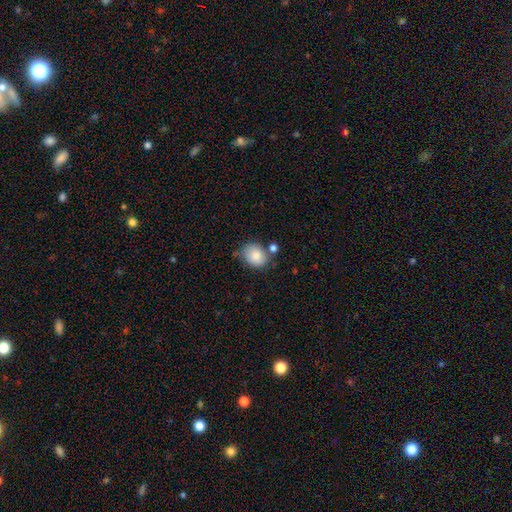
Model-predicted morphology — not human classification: smooth-or-featured: smooth: 83% | featured or disk: 9% | star or artifact: 8%
  how-rounded: round: 64% | in between: 35% | cigar-shaped: 1%
  merging: none: 61% | minor disturbance: 20% | merger: 13% | major disturbance: 5%